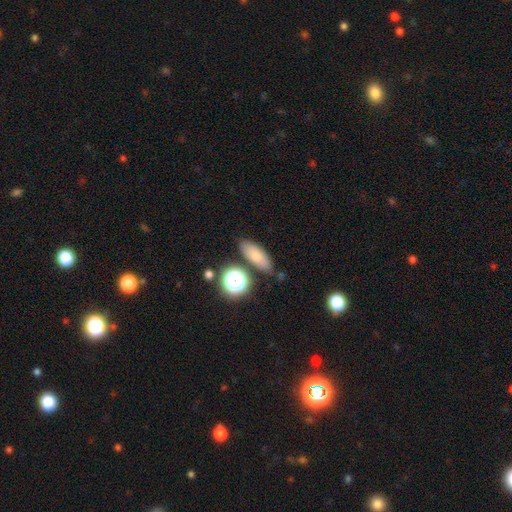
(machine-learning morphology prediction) smooth-or-featured: smooth: 72% | featured or disk: 15% | star or artifact: 12%
  how-rounded: in between: 69% | cigar-shaped: 19% | round: 12%
  merging: none: 76% | minor disturbance: 14% | merger: 6% | major disturbance: 4%